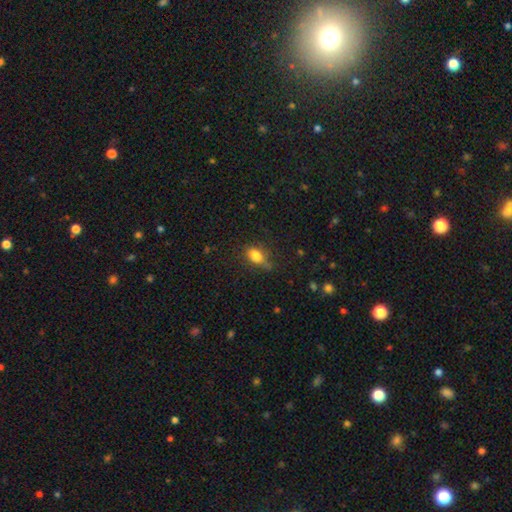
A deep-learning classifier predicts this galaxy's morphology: Smooth or featured? smooth (80%)
How rounded? in between (80%)
Merging? none (60%)